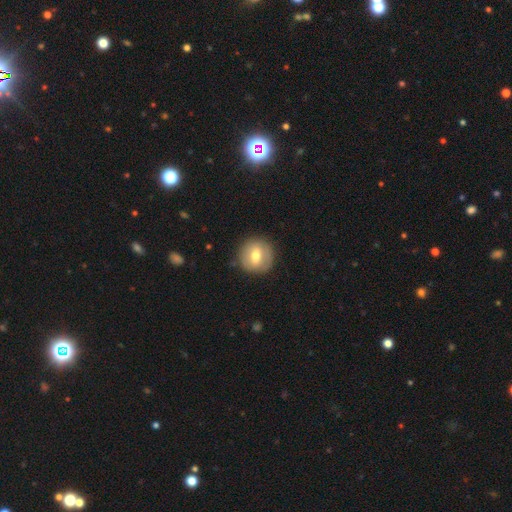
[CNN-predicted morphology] Overall: smooth (65%; featured or disk 28%). How rounded: round (90%). Merging: none (86%).